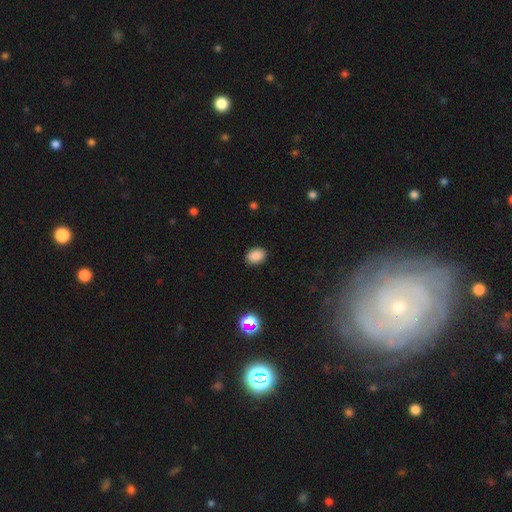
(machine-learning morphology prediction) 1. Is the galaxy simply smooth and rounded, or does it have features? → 87% smooth, 10% star or artifact, 3% featured or disk.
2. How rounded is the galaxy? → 72% in between, 27% round, 1% cigar-shaped.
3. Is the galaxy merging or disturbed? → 89% none, 8% minor disturbance, 2% major disturbance, 1% merger.